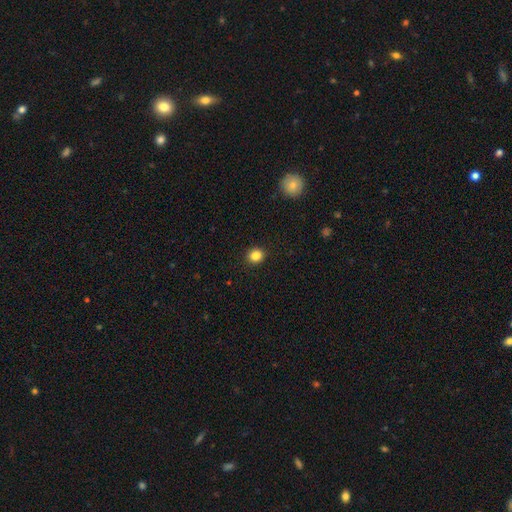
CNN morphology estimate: smooth_or_featured: smooth (p=0.85) [alt: star or artifact p=0.11]
how_rounded: round (p=0.79) [alt: in between p=0.20]
merging: none (p=0.92) [alt: minor disturbance p=0.06]